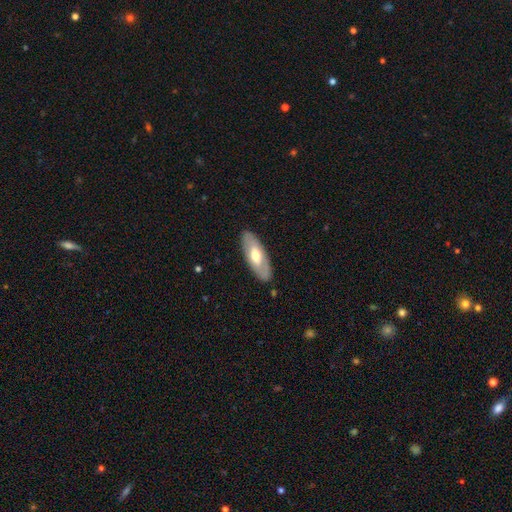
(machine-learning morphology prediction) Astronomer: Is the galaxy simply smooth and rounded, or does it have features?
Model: smooth — 51% (runner-up: featured or disk, 44%).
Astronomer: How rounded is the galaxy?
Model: in between — 77%.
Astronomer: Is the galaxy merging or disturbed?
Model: none — 87%.